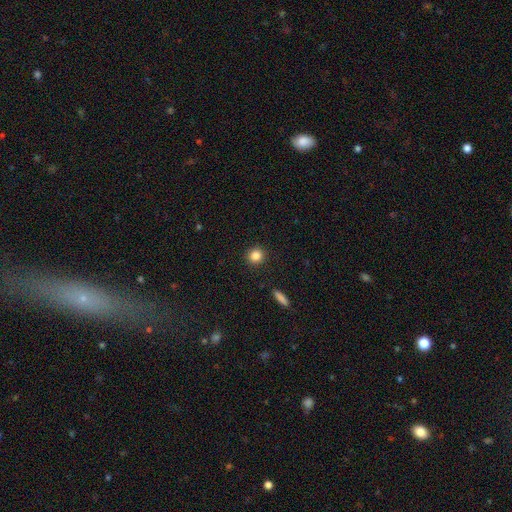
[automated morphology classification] This appears to be a smooth galaxy with no disk features (85%) that is round (89%). Merging: none (91%).